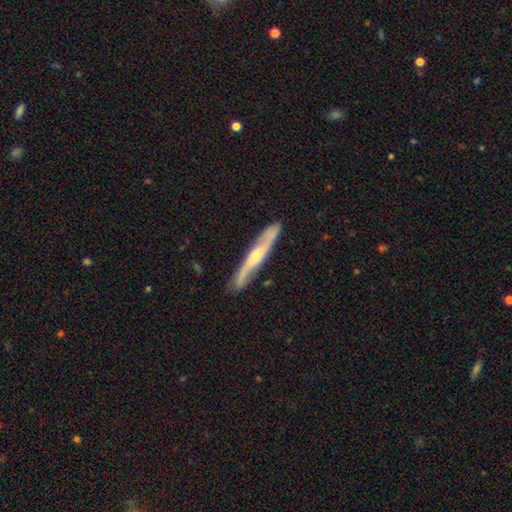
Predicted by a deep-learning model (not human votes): Smooth or featured? featured or disk (70%)
Edge-on disk? yes (66%)
Merging? none (84%)